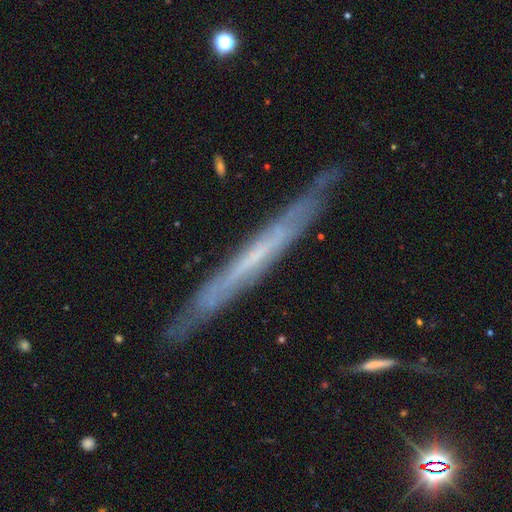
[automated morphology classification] A featured or disk galaxy (69%) viewed edge-on (88%) with no central bulge (85%).

Vote fractions:
- Smooth or featured? featured or disk: 69% / smooth: 25% / star or artifact: 7%
- Edge-on disk? yes: 88% / no: 12%
- Edge-on bulge? none: 85% / rounded: 10% / boxy: 5%
- Merging? none: 83% / minor disturbance: 13% / major disturbance: 2% / merger: 2%